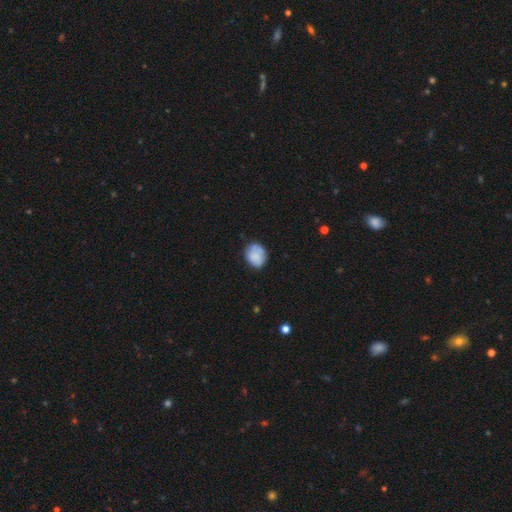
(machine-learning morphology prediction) Smooth or featured: smooth — 75% (featured or disk — 17%)
How rounded: round — 52% (in between — 47%)
Merging: none — 64% (minor disturbance — 24%)